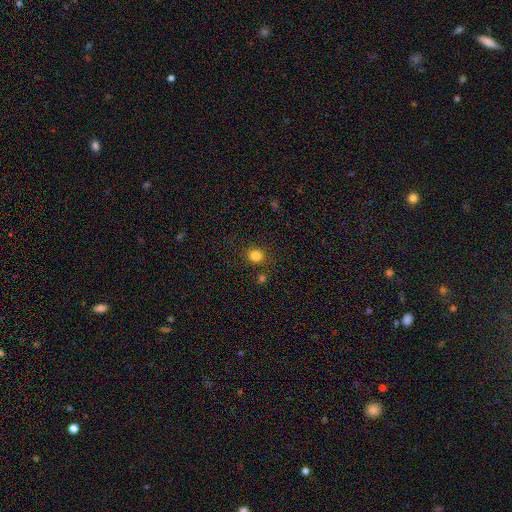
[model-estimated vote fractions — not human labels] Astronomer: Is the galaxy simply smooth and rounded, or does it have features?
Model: smooth — 82%.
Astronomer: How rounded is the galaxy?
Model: round — 83%.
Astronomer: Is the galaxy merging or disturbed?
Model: none — 85%.